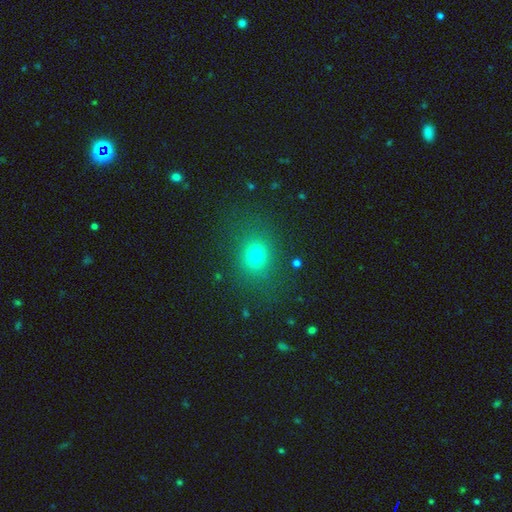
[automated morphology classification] The model was most divided on "how rounded": round: 62%, in between: 37%, cigar-shaped: 1%. More confident: merging — none (81%); smooth or featured — smooth (74%).